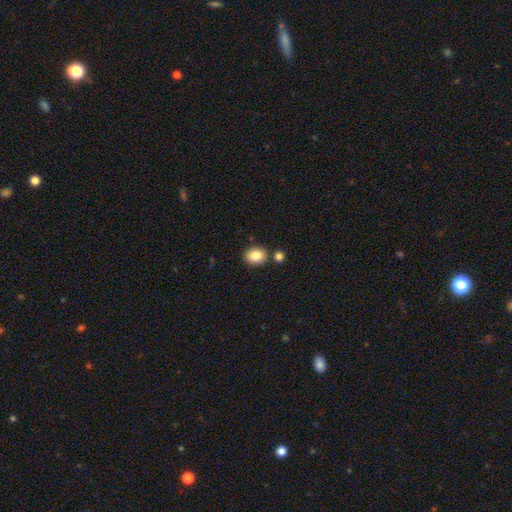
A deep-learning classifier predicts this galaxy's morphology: The model was most divided on "how rounded": round: 52%, in between: 47%, cigar-shaped: 1%. More confident: smooth or featured — smooth (84%); merging — none (78%).